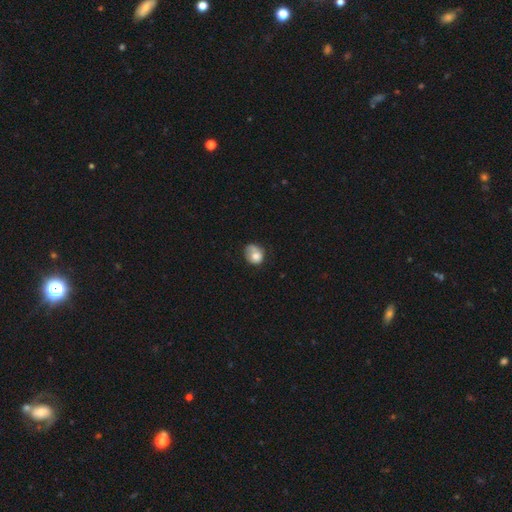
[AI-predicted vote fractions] This is likely a smooth galaxy (73%). How rounded: possibly round (56%). Merging: marginally none (41%).